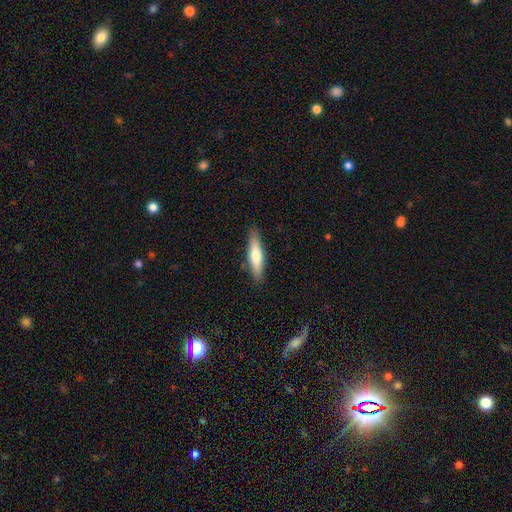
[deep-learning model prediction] Smooth or featured? Predicted: smooth (p=0.59). How rounded? Predicted: cigar-shaped (p=0.76). Merging? Predicted: none (p=0.88).